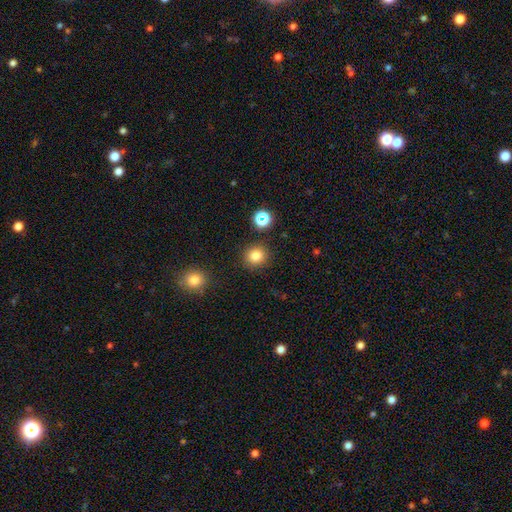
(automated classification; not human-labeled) Smooth or featured?
  - smooth: 80% *
  - star or artifact: 14%
  - featured or disk: 6%
How rounded?
  - round: 91% *
  - in between: 8%
  - cigar-shaped: 1%
Merging?
  - none: 88% *
  - minor disturbance: 7%
  - merger: 3%
  - major disturbance: 3%